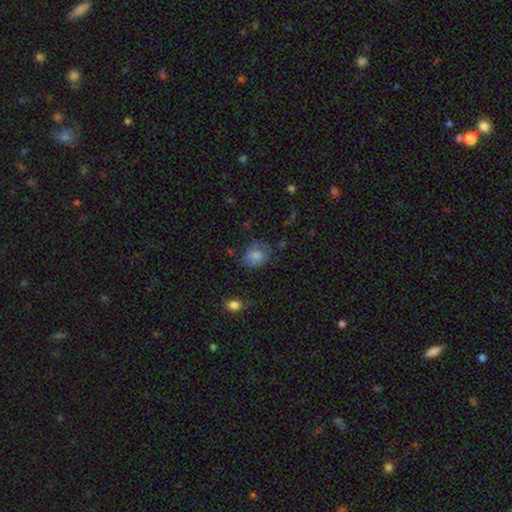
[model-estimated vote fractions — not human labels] A smooth galaxy with no disk features (75%) that is round (54%). Merging: none (62%).